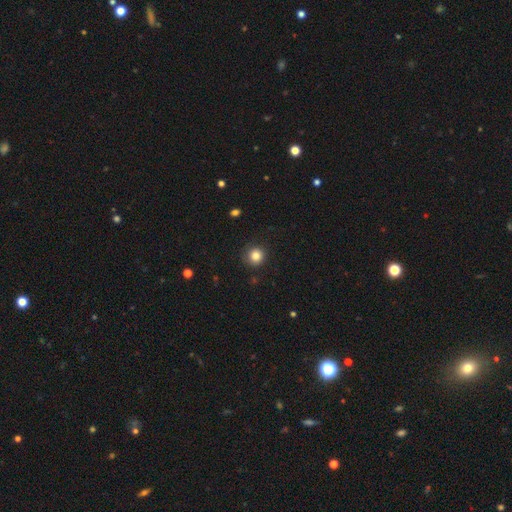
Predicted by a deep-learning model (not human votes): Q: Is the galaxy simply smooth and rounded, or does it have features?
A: smooth — 83%.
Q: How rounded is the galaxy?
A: round — 92%.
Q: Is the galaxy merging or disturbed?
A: none — 87%.